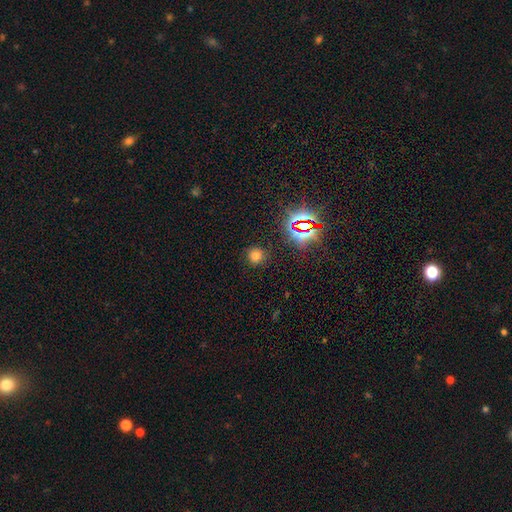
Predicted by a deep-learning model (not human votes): Smooth or featured? smooth (69%)
How rounded? round (91%)
Merging? none (86%)